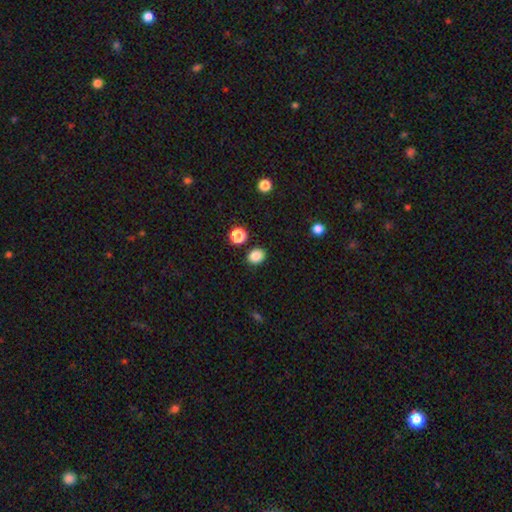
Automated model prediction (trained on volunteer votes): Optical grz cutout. It shows a smooth galaxy with no disk features (85%) that is round (52%). Merging: none (86%).